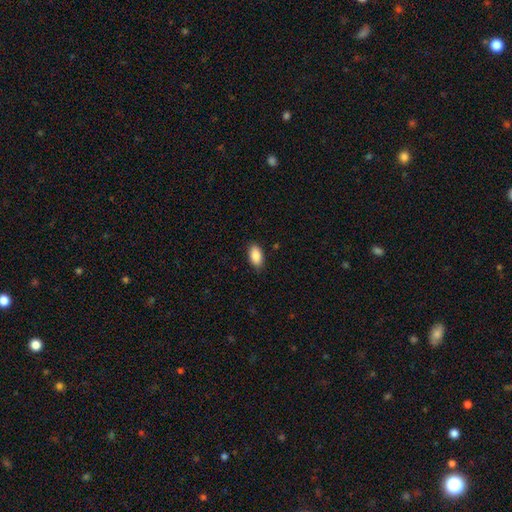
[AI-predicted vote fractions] Smooth or featured? Predicted: smooth (p=0.89). How rounded? Predicted: in between (p=0.93). Merging? Predicted: none (p=0.87).